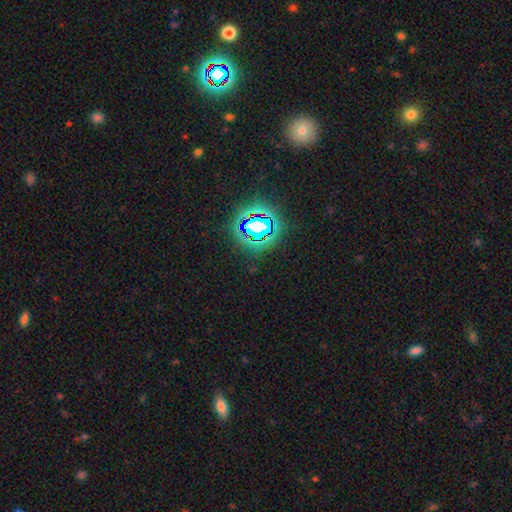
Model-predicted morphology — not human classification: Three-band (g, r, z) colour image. It shows a star or artifact, not a galaxy (80%).